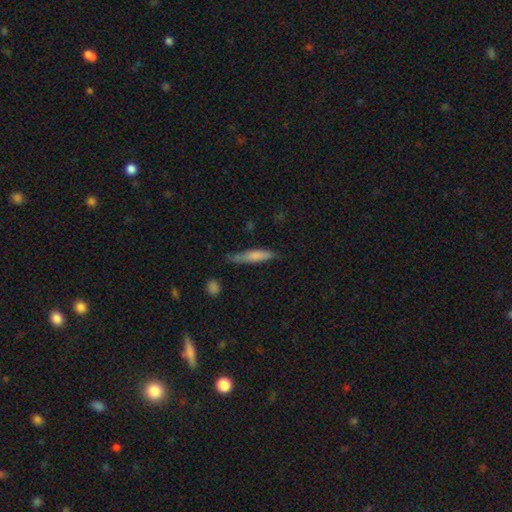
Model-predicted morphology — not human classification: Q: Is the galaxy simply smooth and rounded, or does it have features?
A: smooth — 71%.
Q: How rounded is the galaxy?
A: cigar-shaped — 85%.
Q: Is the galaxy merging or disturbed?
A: none — 65%.